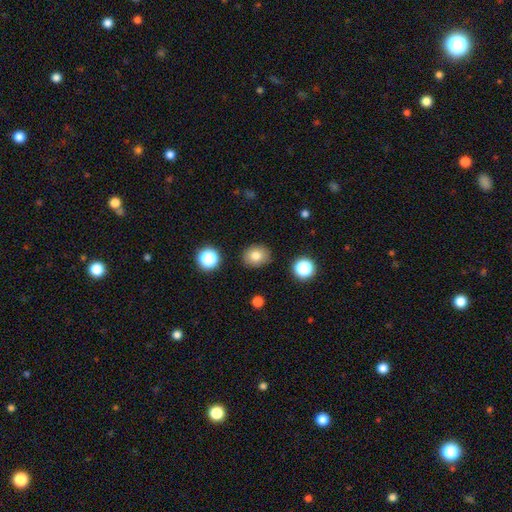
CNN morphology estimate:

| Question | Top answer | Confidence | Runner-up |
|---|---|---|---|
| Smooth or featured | smooth | 79% | star or artifact (12%) |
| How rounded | round | 60% | in between (39%) |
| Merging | none | 85% | minor disturbance (10%) |